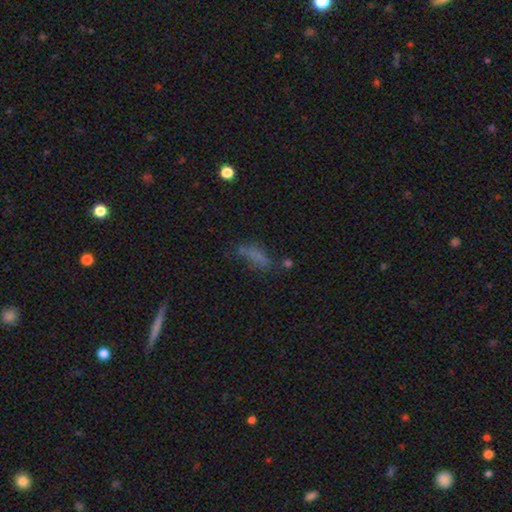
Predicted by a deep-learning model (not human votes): A smooth galaxy with no disk features (67%) that is in between round and cigar-shaped (52%).

Vote fractions:
- Smooth or featured? smooth: 67% / star or artifact: 18% / featured or disk: 16%
- How rounded? in between: 52% / cigar-shaped: 44% / round: 4%
- Merging? none: 49% / minor disturbance: 25% / major disturbance: 18% / merger: 8%